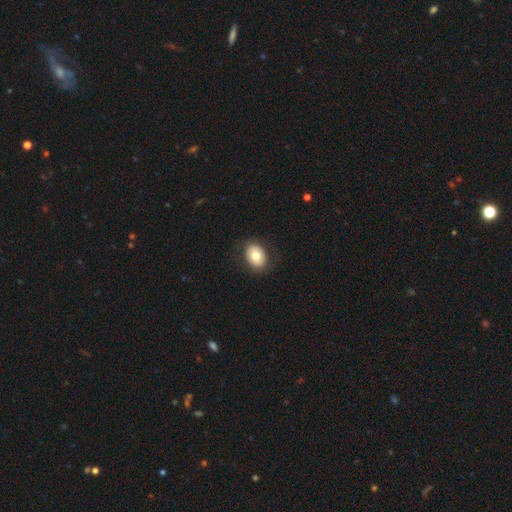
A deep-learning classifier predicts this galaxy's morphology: Smooth or featured? Predicted: smooth (p=0.76). How rounded? Predicted: in between (p=0.68). Merging? Predicted: none (p=0.86).